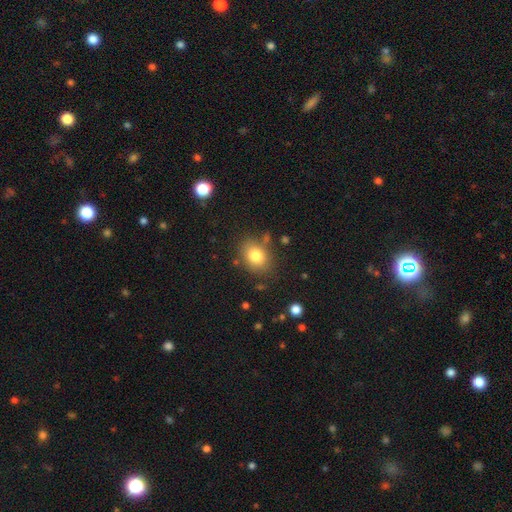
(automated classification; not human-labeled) Q: Smooth or featured?
A: smooth (80%); runner-up: star or artifact (10%)
Q: How rounded?
A: in between (57%); runner-up: round (42%)
Q: Merging?
A: none (78%); runner-up: minor disturbance (13%)